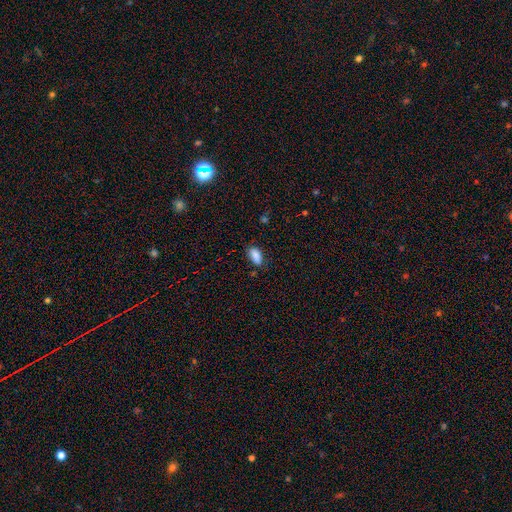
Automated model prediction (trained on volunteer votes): Q: Smooth or featured?
A: smooth (88%); runner-up: star or artifact (8%)
Q: How rounded?
A: in between (89%); runner-up: cigar-shaped (8%)
Q: Merging?
A: none (75%); runner-up: minor disturbance (19%)